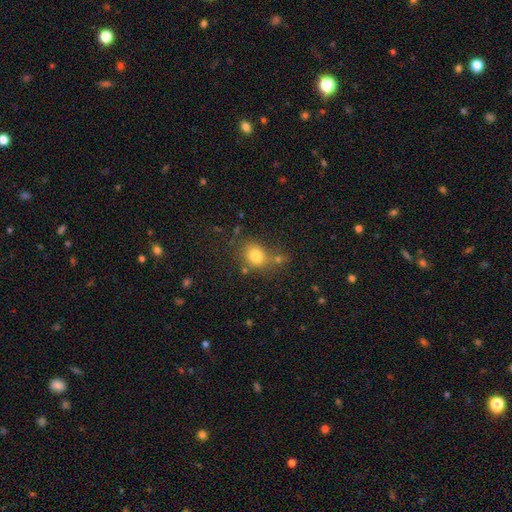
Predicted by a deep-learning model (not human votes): smooth-or-featured: smooth: 78% | star or artifact: 13% | featured or disk: 9%
  how-rounded: round: 58% | in between: 41% | cigar-shaped: 1%
  merging: none: 60% | merger: 18% | minor disturbance: 15% | major disturbance: 6%